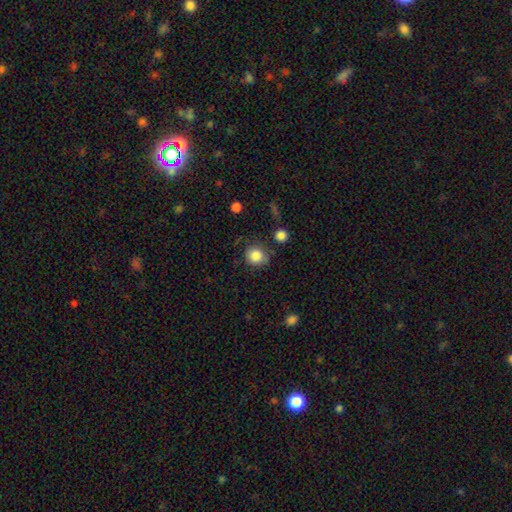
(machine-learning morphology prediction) This is clearly a smooth galaxy (85%). How rounded: clearly round (85%). Merging: likely none (76%).